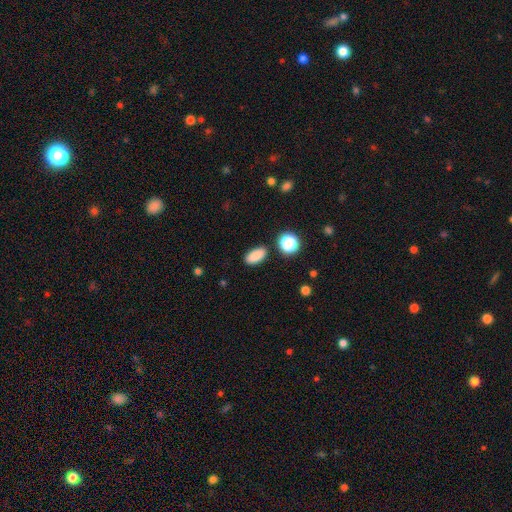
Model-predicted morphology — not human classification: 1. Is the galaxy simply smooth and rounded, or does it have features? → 85% smooth, 10% star or artifact, 4% featured or disk.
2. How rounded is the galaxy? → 89% in between, 6% round, 4% cigar-shaped.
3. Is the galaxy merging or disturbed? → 86% none, 8% minor disturbance, 3% merger, 2% major disturbance.